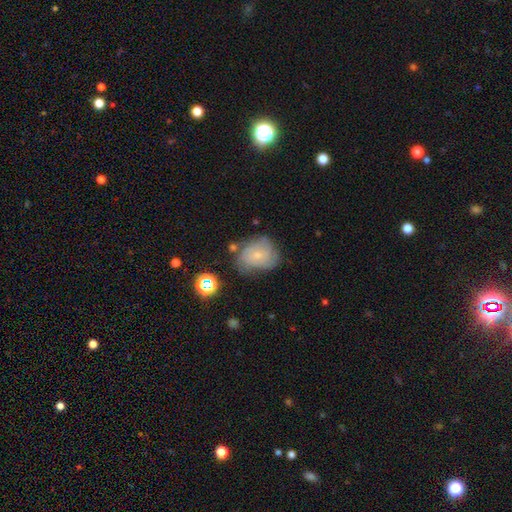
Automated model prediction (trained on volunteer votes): A smooth galaxy with no disk features (45%).

Vote fractions:
- Smooth or featured? smooth: 45% / featured or disk: 43% / star or artifact: 13%
- Merging? none: 51% / minor disturbance: 29% / major disturbance: 13% / merger: 6%